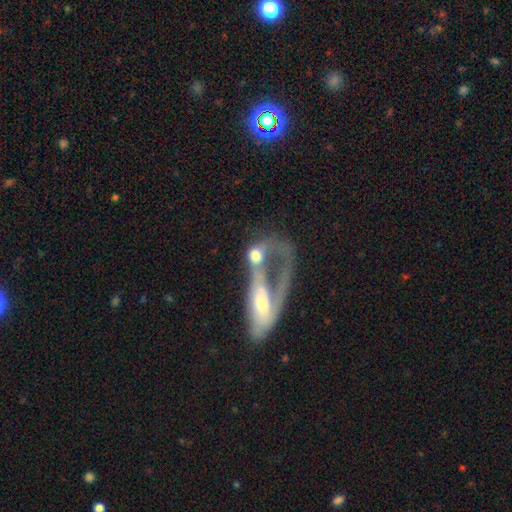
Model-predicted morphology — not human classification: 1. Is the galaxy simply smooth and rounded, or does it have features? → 45% smooth (tied), 45% featured or disk (tied), 10% star or artifact.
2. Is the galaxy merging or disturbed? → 63% merger, 20% major disturbance, 11% none, 6% minor disturbance.